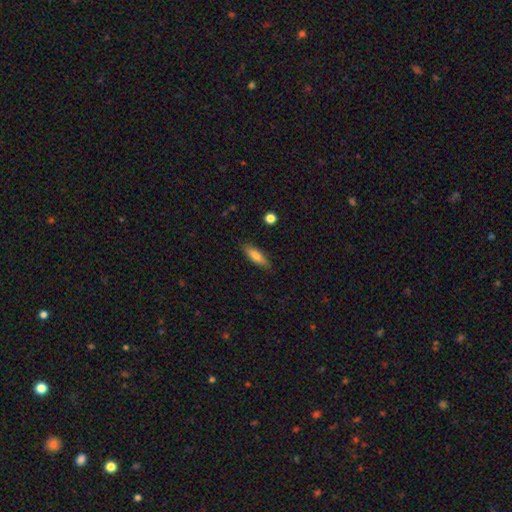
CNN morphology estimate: The model was most divided on "how rounded": cigar-shaped: 56%, in between: 42%, round: 2%. More confident: merging — none (85%); smooth or featured — smooth (75%).